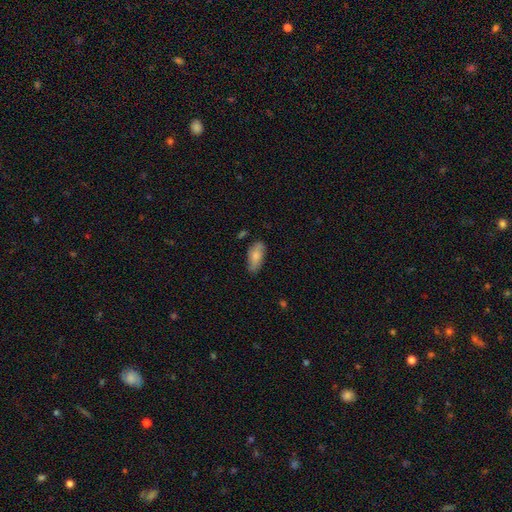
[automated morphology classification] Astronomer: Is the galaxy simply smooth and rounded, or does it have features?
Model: smooth — 77%.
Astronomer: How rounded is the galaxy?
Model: in between — 83%.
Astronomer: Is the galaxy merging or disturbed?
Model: none — 74%.